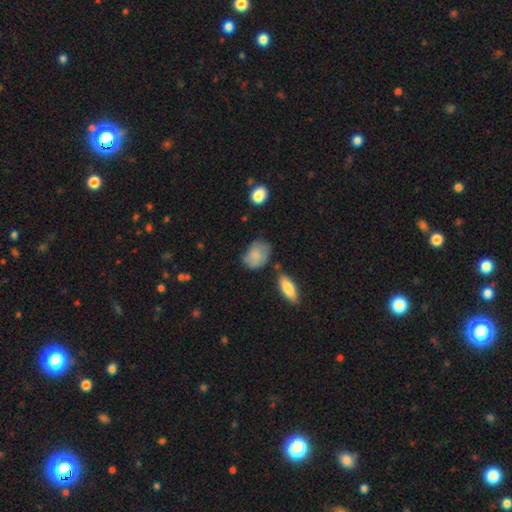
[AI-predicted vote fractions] Smooth or featured? smooth (72%)
How rounded? in between (67%)
Merging? none (56%)